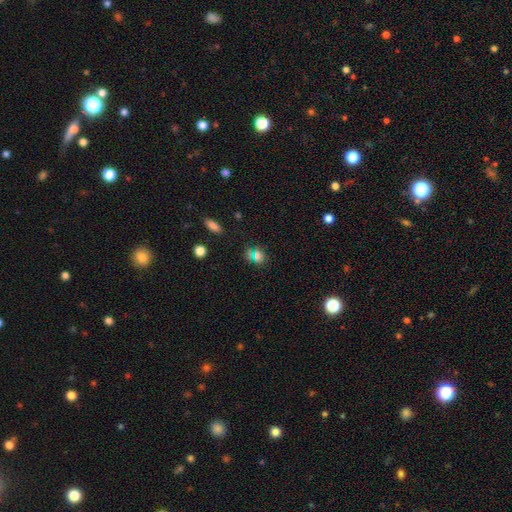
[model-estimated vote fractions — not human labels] Morphology: type=smooth (60%); roundness=round (74%); merging=none (79%).